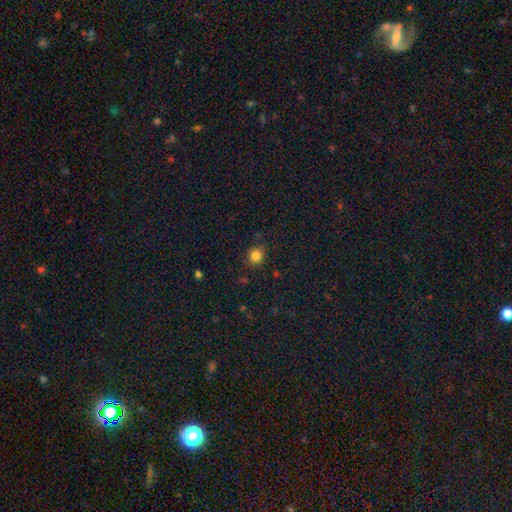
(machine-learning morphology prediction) Smooth or featured: smooth — 83% (star or artifact — 12%)
How rounded: round — 79% (in between — 20%)
Merging: none — 84% (minor disturbance — 11%)